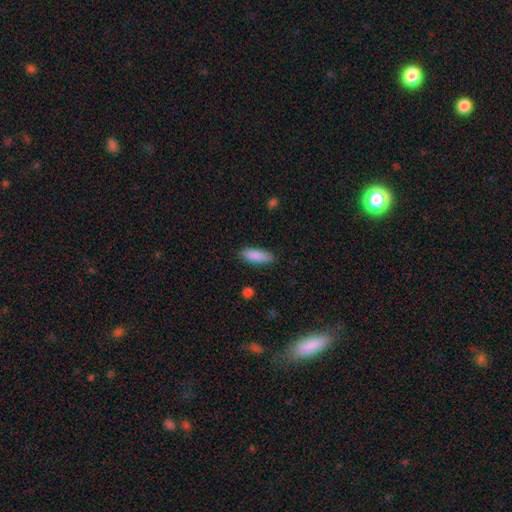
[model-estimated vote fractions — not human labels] A smooth galaxy with no disk features (88%) that is in between round and cigar-shaped (63%).

Vote fractions:
- Smooth or featured? smooth: 88% / star or artifact: 6% / featured or disk: 5%
- How rounded? in between: 63% / cigar-shaped: 35% / round: 2%
- Merging? none: 86% / minor disturbance: 11% / major disturbance: 2% / merger: 1%